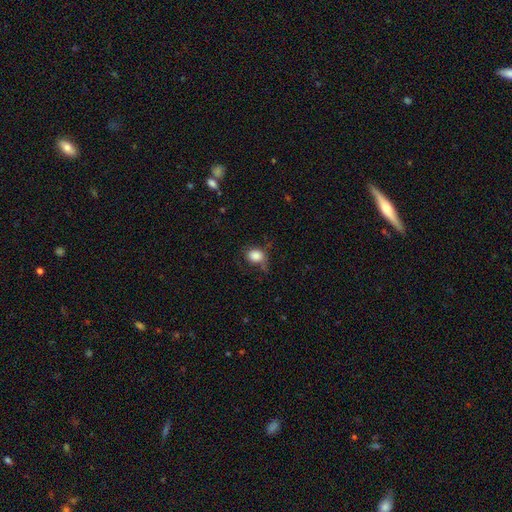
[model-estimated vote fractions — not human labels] smooth-or-featured: smooth: 85% | star or artifact: 9% | featured or disk: 5%
  how-rounded: round: 50% | in between: 49% | cigar-shaped: 1%
  merging: none: 59% | minor disturbance: 28% | major disturbance: 9% | merger: 4%